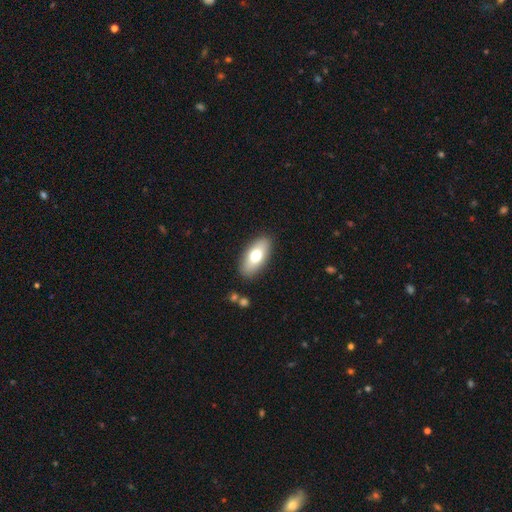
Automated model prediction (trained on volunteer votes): A smooth galaxy with no disk features (69%) that is in between round and cigar-shaped (88%).

Vote fractions:
- Smooth or featured? smooth: 69% / featured or disk: 24% / star or artifact: 7%
- How rounded? in between: 88% / cigar-shaped: 9% / round: 4%
- Merging? none: 87% / minor disturbance: 9% / major disturbance: 2% / merger: 2%